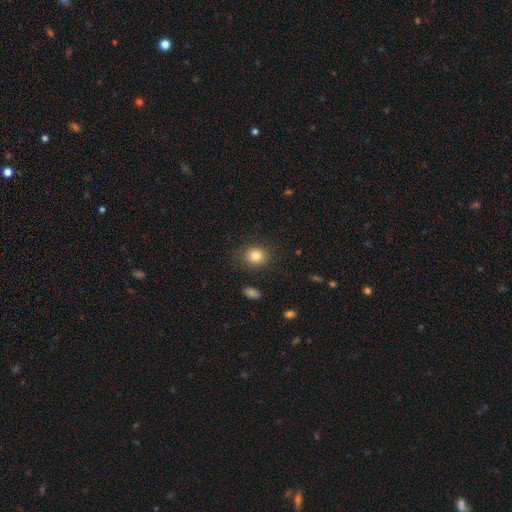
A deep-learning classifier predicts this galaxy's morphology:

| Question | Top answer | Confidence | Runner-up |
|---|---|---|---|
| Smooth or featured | smooth | 82% | star or artifact (11%) |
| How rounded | round | 74% | in between (25%) |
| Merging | none | 85% | minor disturbance (10%) |